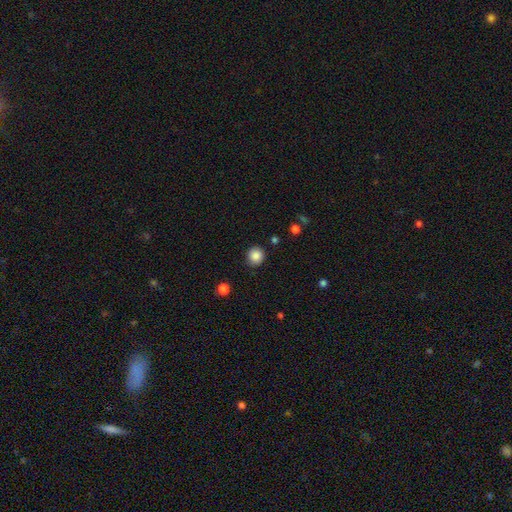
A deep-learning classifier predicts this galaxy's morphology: smooth_or_featured: smooth (p=0.86) [alt: star or artifact p=0.10]
how_rounded: round (p=0.90) [alt: in between p=0.10]
merging: none (p=0.87) [alt: minor disturbance p=0.09]